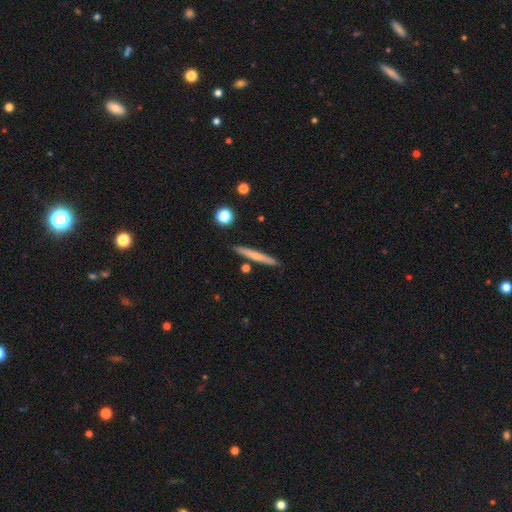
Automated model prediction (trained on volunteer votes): Morphology: type=smooth (57%); roundness=cigar-shaped (95%); merging=none (87%).